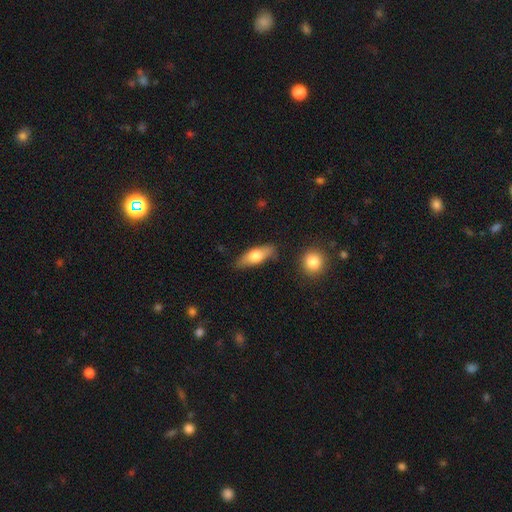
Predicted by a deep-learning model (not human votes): This is likely a smooth galaxy (61%). How rounded: possibly in between (60%). Merging: clearly none (81%).